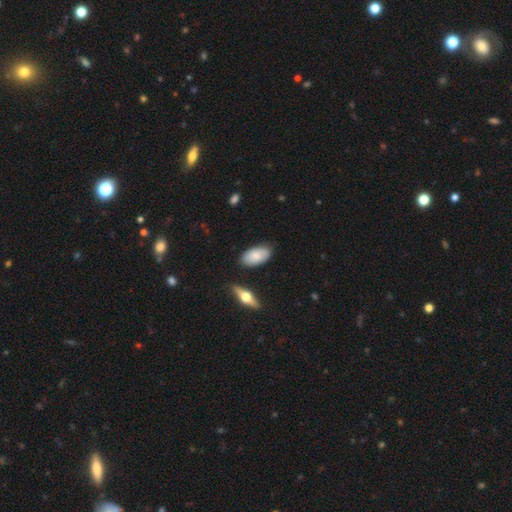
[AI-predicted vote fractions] Morphology: type=smooth (77%); roundness=in between (94%); merging=none (81%).